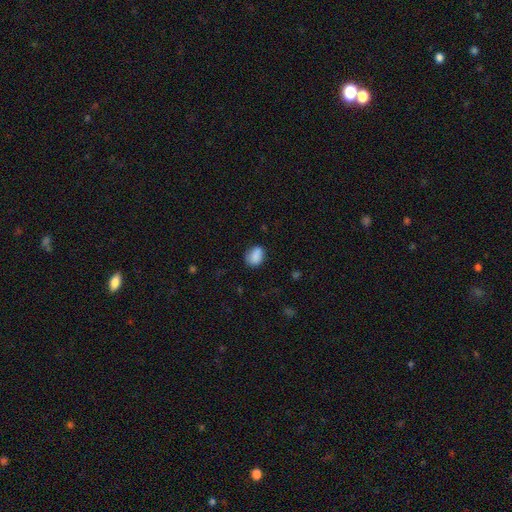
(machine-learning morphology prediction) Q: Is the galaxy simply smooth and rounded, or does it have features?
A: smooth — 85%.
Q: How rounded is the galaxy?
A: in between — 63%.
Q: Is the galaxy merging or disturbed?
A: none — 70%.